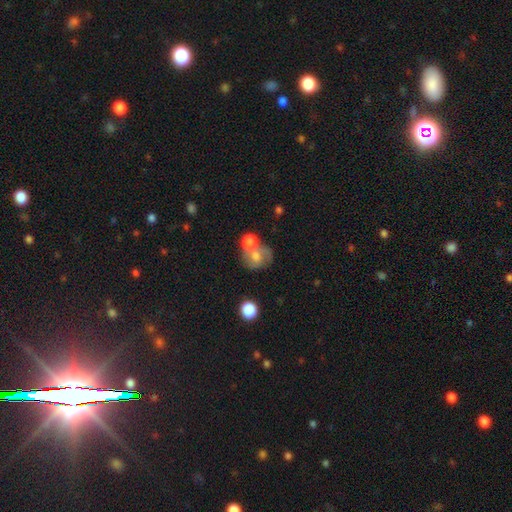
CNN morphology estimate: Smooth or featured: featured or disk — 46% (smooth — 44%)
Merging: none — 43% (merger — 32%)